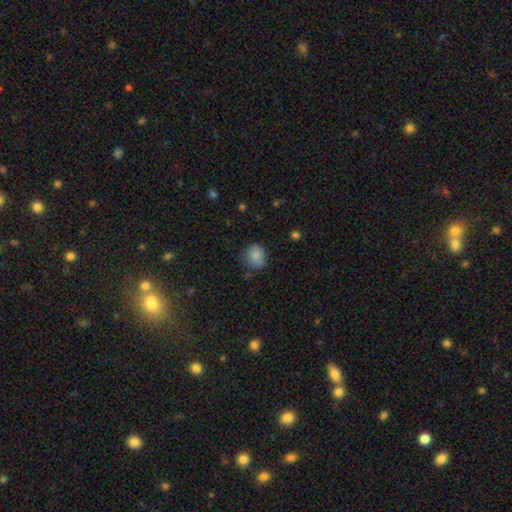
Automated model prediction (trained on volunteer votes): Smooth or featured: smooth — 83% (star or artifact — 9%)
How rounded: round — 78% (in between — 21%)
Merging: none — 73% (minor disturbance — 20%)